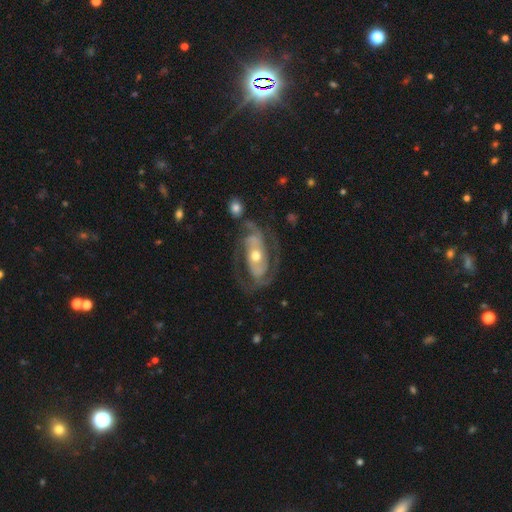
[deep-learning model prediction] Smooth or featured: featured or disk — 87% (smooth — 8%)
Edge-on disk: no — 95% (yes — 5%)
Bar: no — 55% (weak — 26%)
Spiral arms: yes — 92% (no — 8%)
Spiral winding: tight — 43% (medium — 42%)
Spiral arm count: 2 — 70% (can't tell — 12%)
Bulge size: moderate — 63% (small — 30%)
Merging: none — 62% (minor disturbance — 18%)